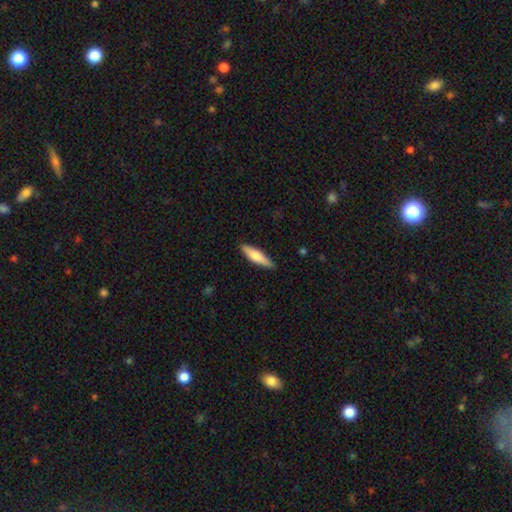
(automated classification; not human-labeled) The model was most divided on "how rounded": cigar-shaped: 68%, in between: 31%, round: 2%. More confident: merging — none (88%); smooth or featured — smooth (70%).